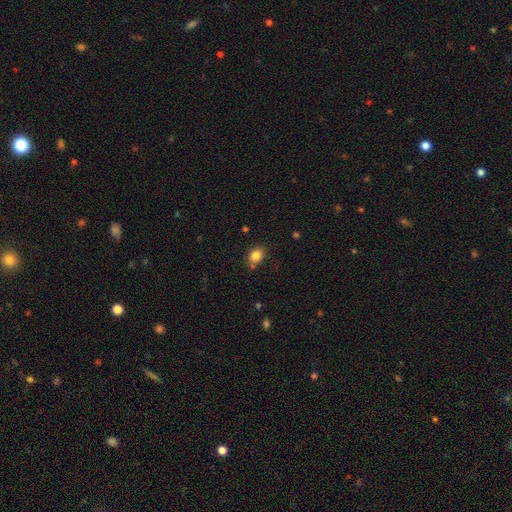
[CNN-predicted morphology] This appears to be a smooth galaxy with no disk features (84%) that is in between round and cigar-shaped (56%). Merging: none (76%).